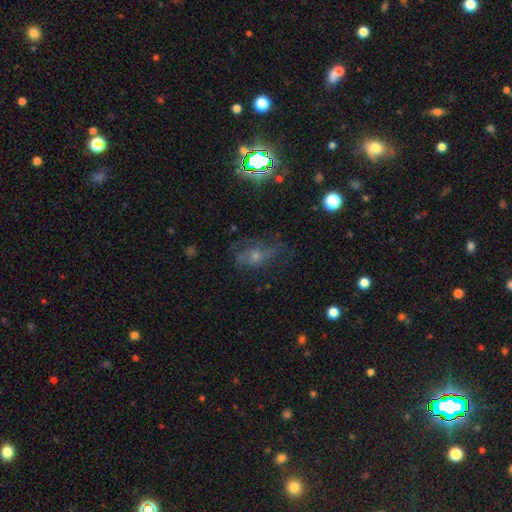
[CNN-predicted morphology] This appears to be a smooth galaxy with no disk features (39%). Merging: none (50%).